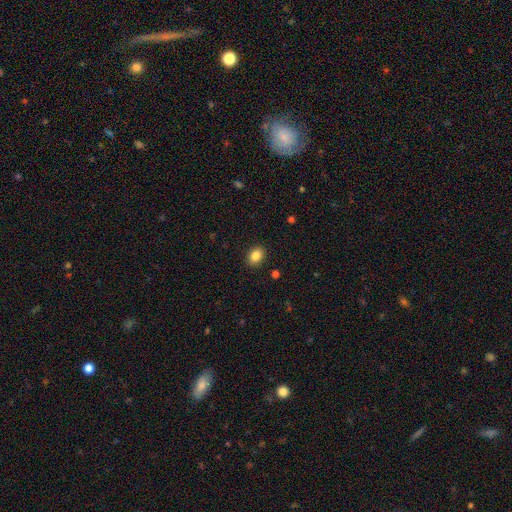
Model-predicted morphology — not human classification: A smooth galaxy with no disk features (85%) that is in between round and cigar-shaped (65%). Merging: none (89%).